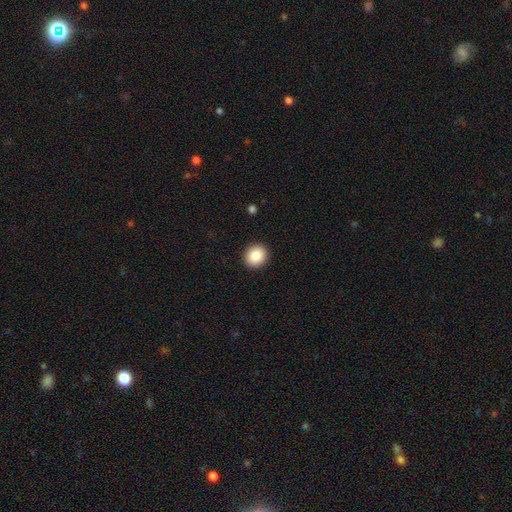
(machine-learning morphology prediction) Smooth or featured?
  - smooth: 88% *
  - star or artifact: 8%
  - featured or disk: 4%
How rounded?
  - round: 81% *
  - in between: 18%
  - cigar-shaped: 1%
Merging?
  - none: 92% *
  - minor disturbance: 5%
  - major disturbance: 2%
  - merger: 1%